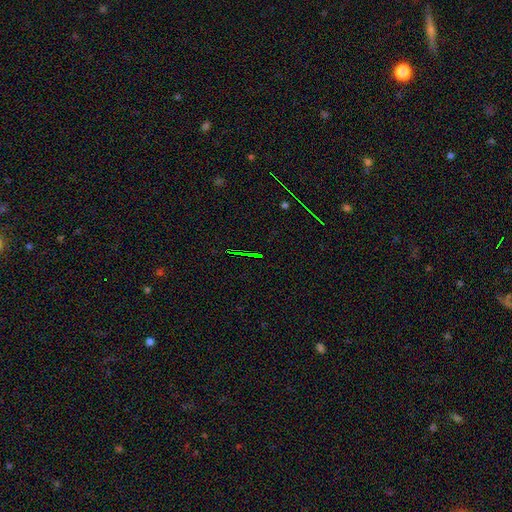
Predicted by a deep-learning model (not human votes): smooth-or-featured: star or artifact: 75% | featured or disk: 13% | smooth: 12%